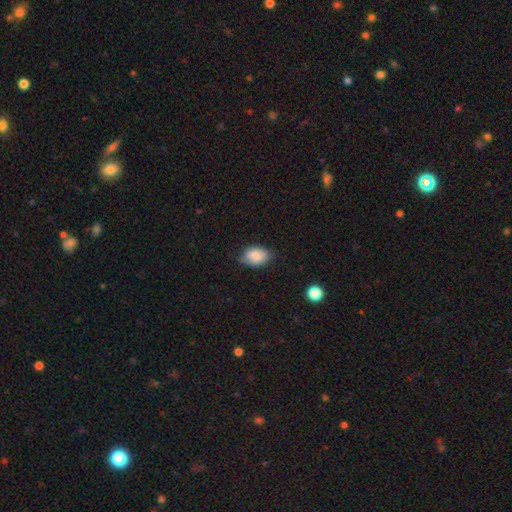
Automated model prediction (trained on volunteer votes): Smooth or featured? Predicted: smooth (p=0.84). How rounded? Predicted: in between (p=0.79). Merging? Predicted: none (p=0.66).